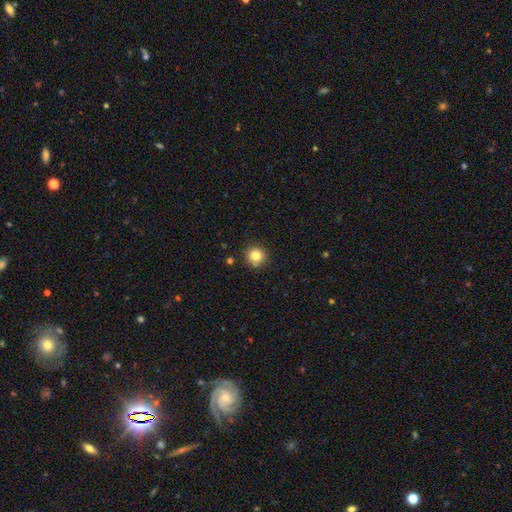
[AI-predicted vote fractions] This appears to be a smooth galaxy with no disk features (82%) that is round (94%). Merging: none (88%).